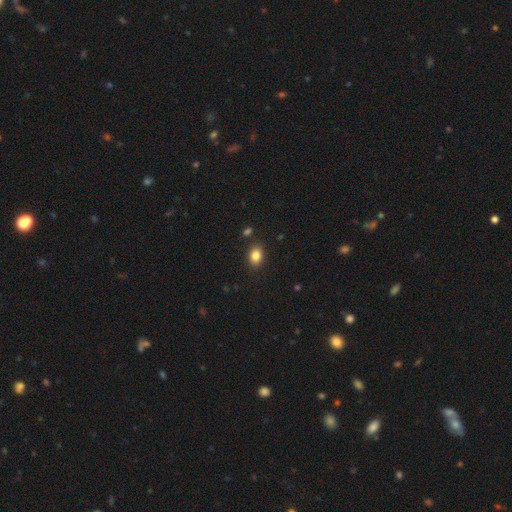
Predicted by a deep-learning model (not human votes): Overall: smooth (84%). How rounded: in between (69%; round 30%). Merging: none (86%).